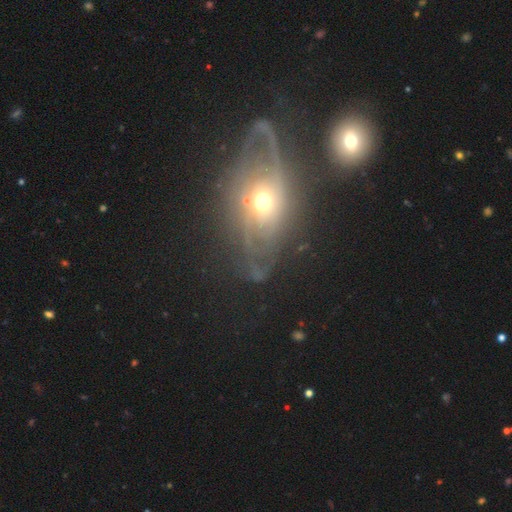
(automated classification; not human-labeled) Overall: featured or disk (62%). Edge-on disk: no (83%). Bar: no (77%). Spiral arms: yes (57%; no 43%). Bulge size: moderate (58%; small 30%). Merging: none (57%; major disturbance 18%).